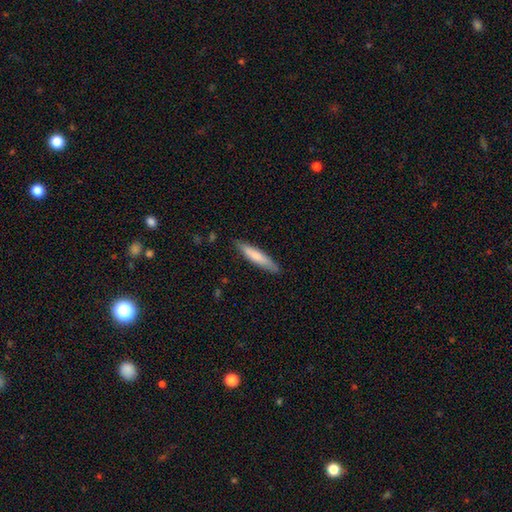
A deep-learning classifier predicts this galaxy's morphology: A smooth galaxy with no disk features (76%) that is cigar-shaped (86%).

Vote fractions:
- Smooth or featured? smooth: 76% / featured or disk: 19% / star or artifact: 5%
- How rounded? cigar-shaped: 86% / in between: 13% / round: 1%
- Merging? none: 86% / minor disturbance: 11% / major disturbance: 2% / merger: 1%